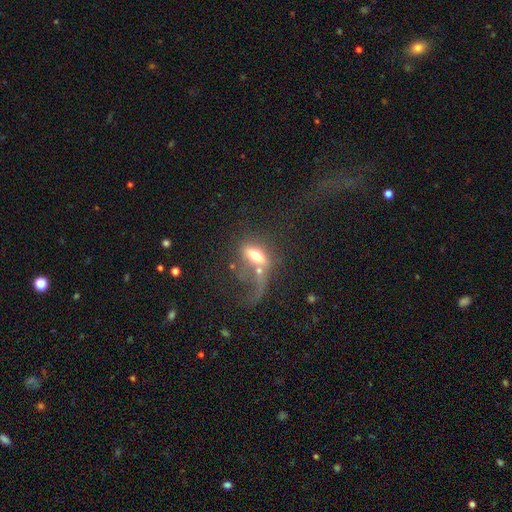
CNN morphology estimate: smooth_or_featured: smooth (p=0.56) [alt: featured or disk p=0.34]
how_rounded: in between (p=0.72) [alt: cigar-shaped p=0.19]
merging: major disturbance (p=0.35) [alt: merger p=0.29]